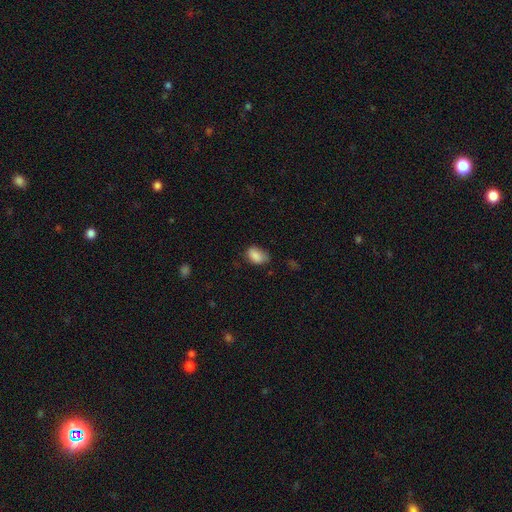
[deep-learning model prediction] Q: Smooth or featured?
A: smooth (86%); runner-up: star or artifact (8%)
Q: How rounded?
A: in between (87%); runner-up: round (11%)
Q: Merging?
A: none (59%); runner-up: minor disturbance (31%)